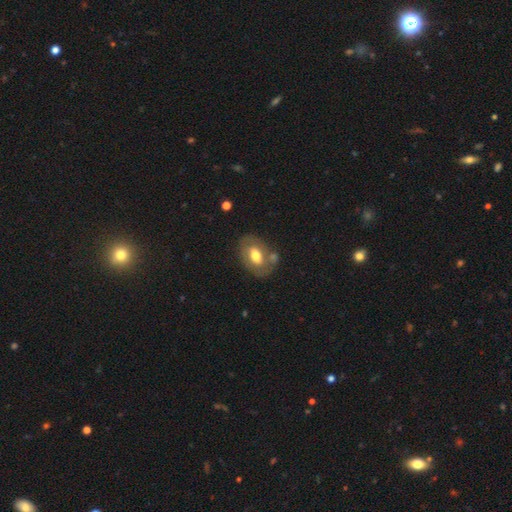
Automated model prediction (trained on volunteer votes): Q: Smooth or featured?
A: smooth (58%); runner-up: featured or disk (35%)
Q: How rounded?
A: in between (82%); runner-up: round (17%)
Q: Merging?
A: none (65%); runner-up: minor disturbance (17%)